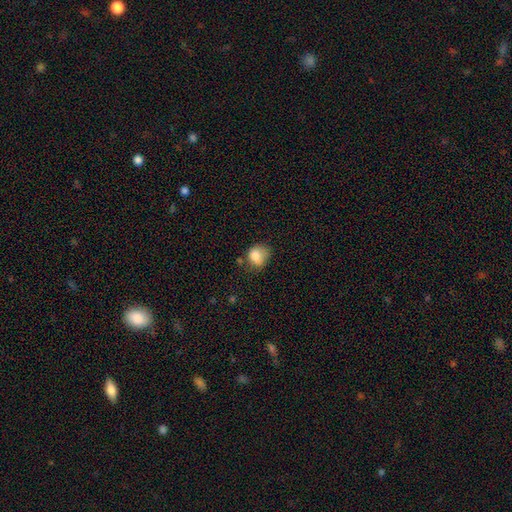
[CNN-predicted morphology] Smooth or featured?
  - smooth: 80% *
  - star or artifact: 10%
  - featured or disk: 10%
How rounded?
  - round: 61% *
  - in between: 38%
  - cigar-shaped: 1%
Merging?
  - none: 44% *
  - minor disturbance: 34%
  - major disturbance: 14%
  - merger: 8%